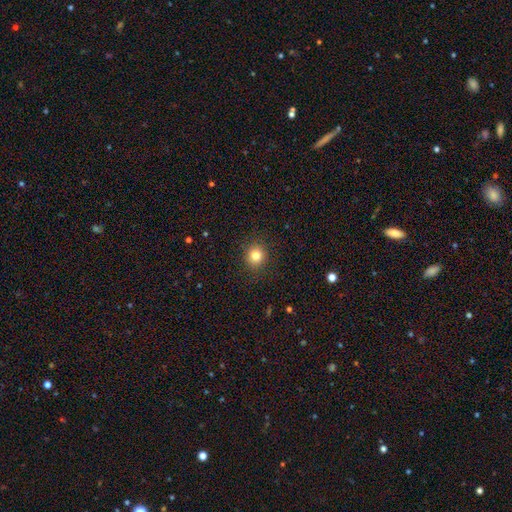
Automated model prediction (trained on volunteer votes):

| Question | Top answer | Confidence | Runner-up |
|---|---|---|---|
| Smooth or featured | smooth | 82% | star or artifact (12%) |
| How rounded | round | 87% | in between (12%) |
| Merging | none | 90% | minor disturbance (7%) |